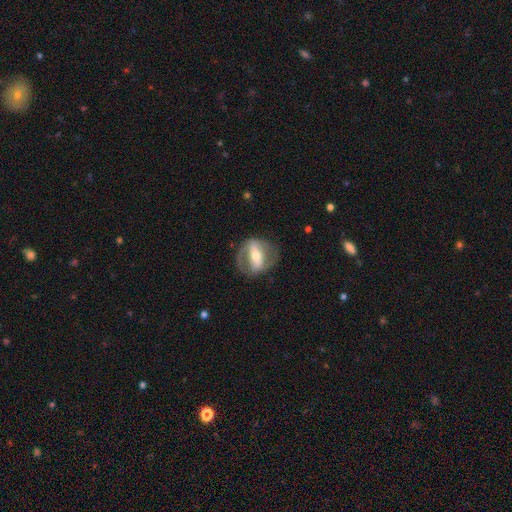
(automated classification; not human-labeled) Smooth or featured? featured or disk (73%)
Edge-on disk? no (89%)
Bar? strong (64%)
Spiral arms? yes (55%)
Bulge size? moderate (60%)
Merging? none (71%)